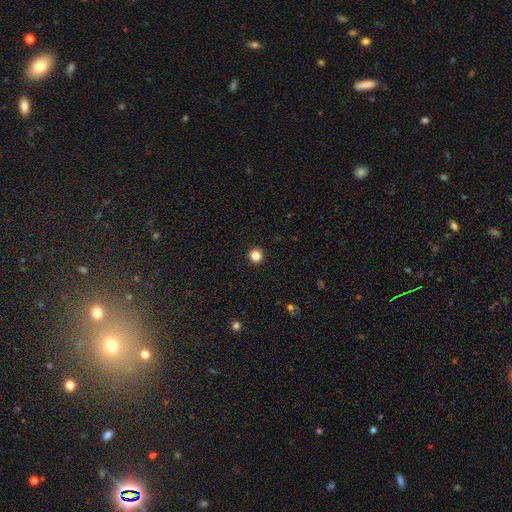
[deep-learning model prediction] Smooth or featured? Predicted: smooth (p=0.84). How rounded? Predicted: round (p=0.97). Merging? Predicted: none (p=0.94).